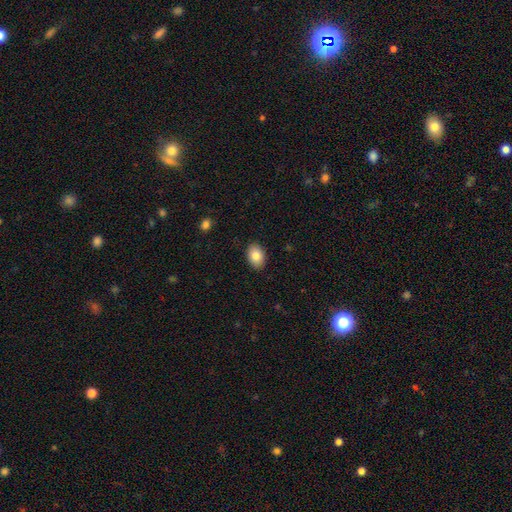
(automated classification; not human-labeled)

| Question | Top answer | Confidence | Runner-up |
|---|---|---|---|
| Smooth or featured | smooth | 83% | featured or disk (9%) |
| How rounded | in between | 83% | round (16%) |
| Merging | none | 89% | minor disturbance (8%) |